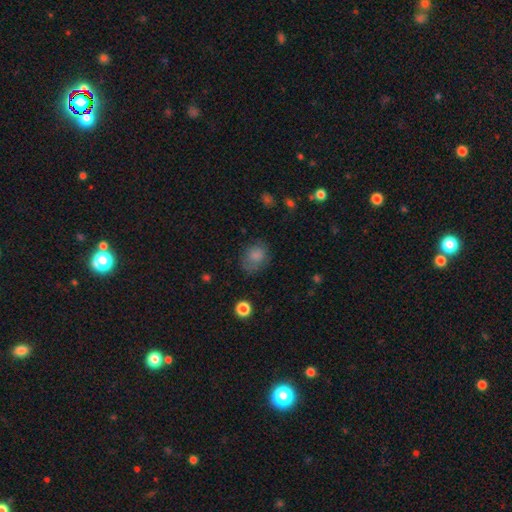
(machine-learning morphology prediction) Q: Smooth or featured?
A: smooth (81%); runner-up: star or artifact (11%)
Q: How rounded?
A: in between (51%); runner-up: round (48%)
Q: Merging?
A: none (62%); runner-up: minor disturbance (25%)